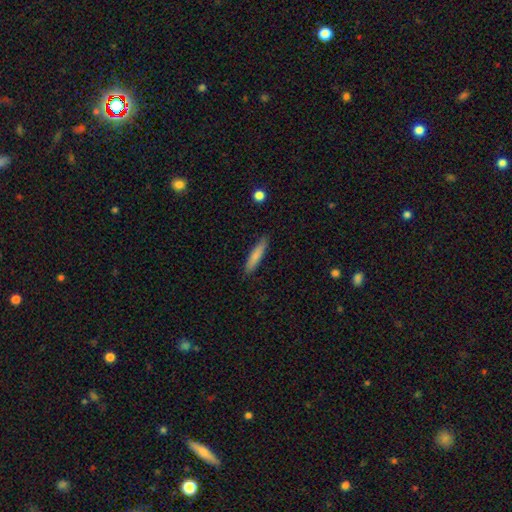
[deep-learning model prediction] Smooth or featured? Predicted: smooth (p=0.79). How rounded? Predicted: cigar-shaped (p=0.86). Merging? Predicted: none (p=0.86).